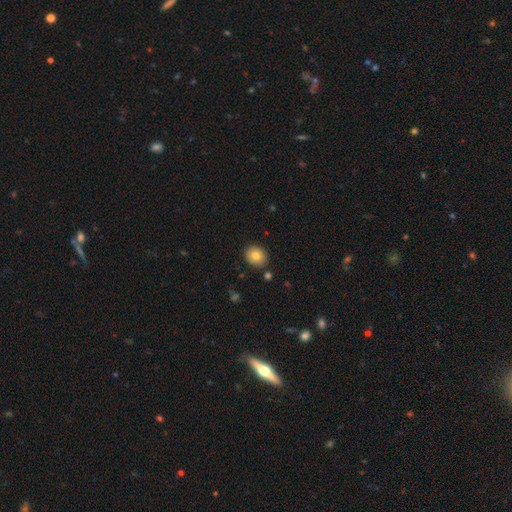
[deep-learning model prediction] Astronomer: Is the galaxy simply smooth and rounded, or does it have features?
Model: smooth — 80%.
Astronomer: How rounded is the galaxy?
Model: round — 66%.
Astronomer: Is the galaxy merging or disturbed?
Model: none — 86%.